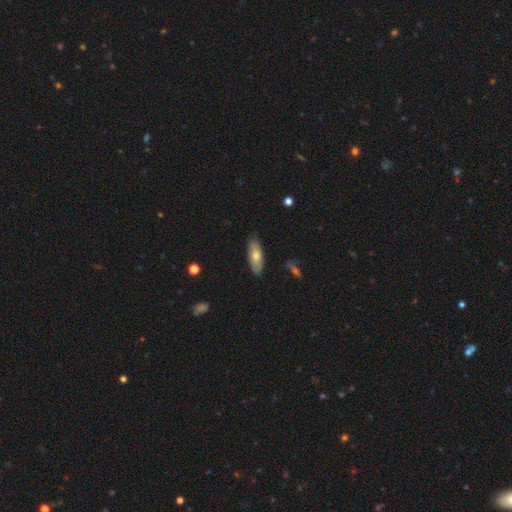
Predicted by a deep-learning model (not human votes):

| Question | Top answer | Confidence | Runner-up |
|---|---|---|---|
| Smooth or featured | smooth | 63% | featured or disk (30%) |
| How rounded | in between | 68% | cigar-shaped (29%) |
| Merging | none | 81% | minor disturbance (15%) |